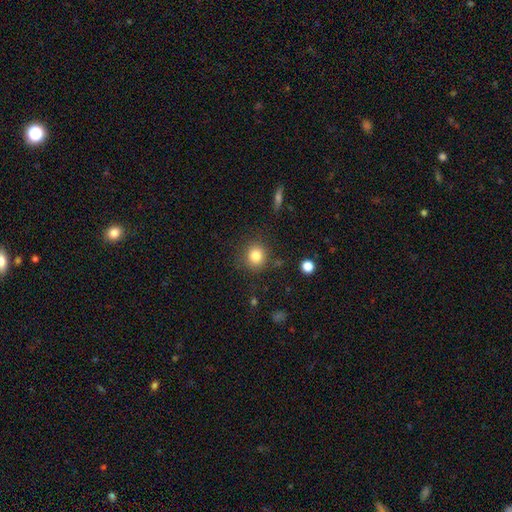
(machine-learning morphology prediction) A smooth galaxy with no disk features (82%) that is round (87%). Merging: none (84%).